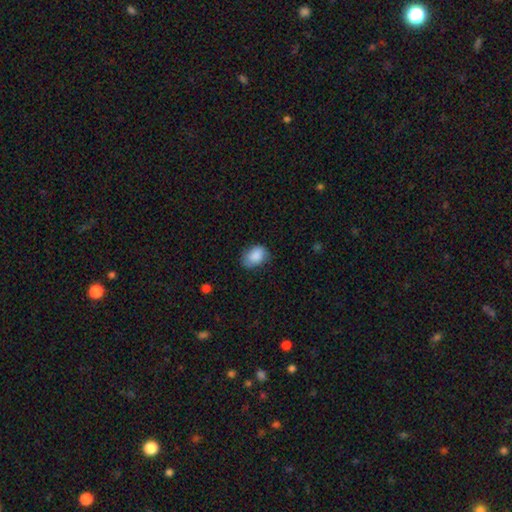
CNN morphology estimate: Smooth or featured?
  - smooth: 87% *
  - star or artifact: 7%
  - featured or disk: 6%
How rounded?
  - in between: 80% *
  - round: 19%
  - cigar-shaped: 1%
Merging?
  - none: 72% *
  - minor disturbance: 22%
  - major disturbance: 5%
  - merger: 1%